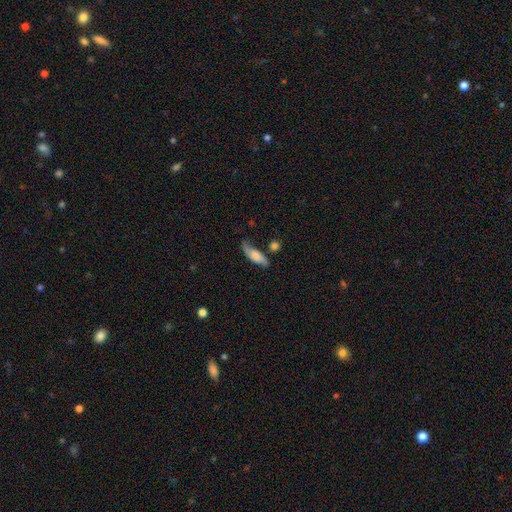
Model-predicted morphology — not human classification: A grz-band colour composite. It shows a smooth galaxy with no disk features (49%). Merging: none (56%).